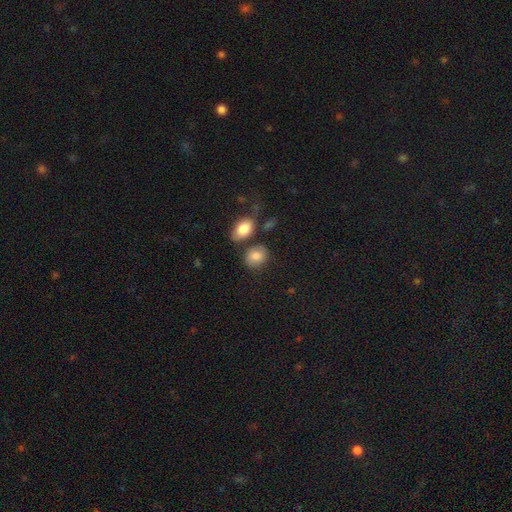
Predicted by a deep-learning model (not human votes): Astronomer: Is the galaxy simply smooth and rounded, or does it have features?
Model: smooth — 83%.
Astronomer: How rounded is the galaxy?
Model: in between — 49%, tied with round at 49%.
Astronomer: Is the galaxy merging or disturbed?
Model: none — 66%.